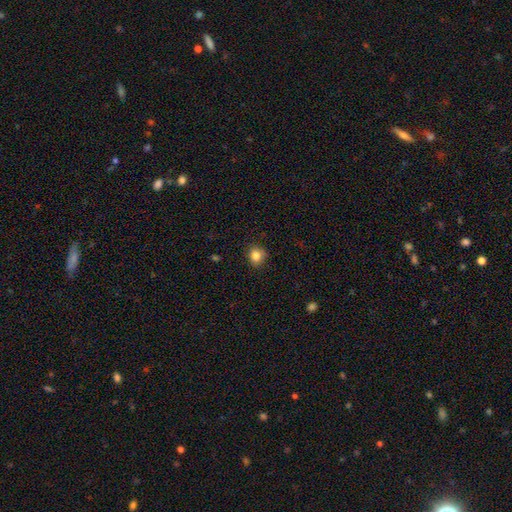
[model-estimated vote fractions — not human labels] smooth-or-featured: smooth: 83% | star or artifact: 11% | featured or disk: 6%
  how-rounded: round: 82% | in between: 17% | cigar-shaped: 1%
  merging: none: 88% | minor disturbance: 9% | major disturbance: 2% | merger: 1%